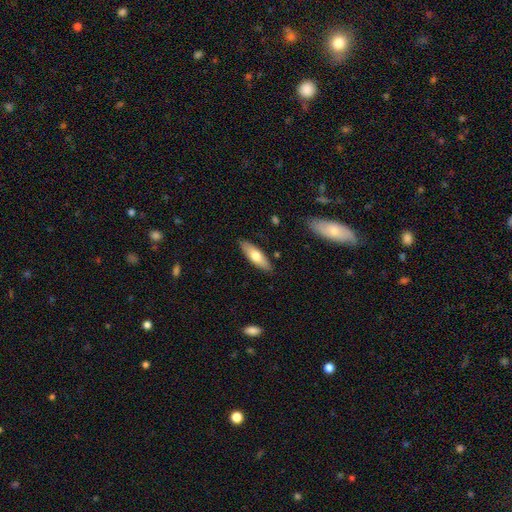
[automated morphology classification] type=smooth (67%); roundness=in between (58%); merging=none (86%).